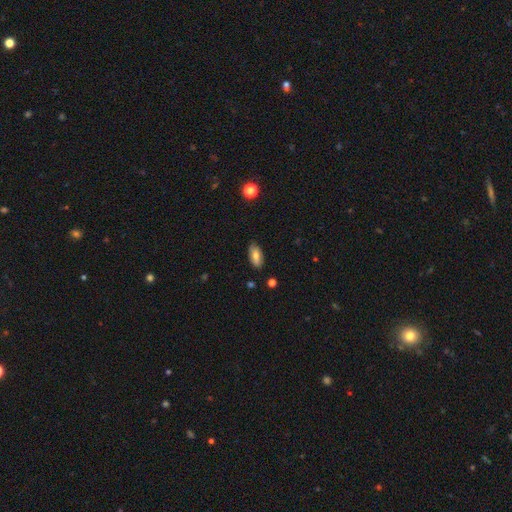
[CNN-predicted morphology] A smooth galaxy with no disk features (73%) that is in between round and cigar-shaped (89%).

Vote fractions:
- Smooth or featured? smooth: 73% / featured or disk: 19% / star or artifact: 8%
- How rounded? in between: 89% / cigar-shaped: 9% / round: 3%
- Merging? none: 85% / minor disturbance: 12% / major disturbance: 2% / merger: 1%